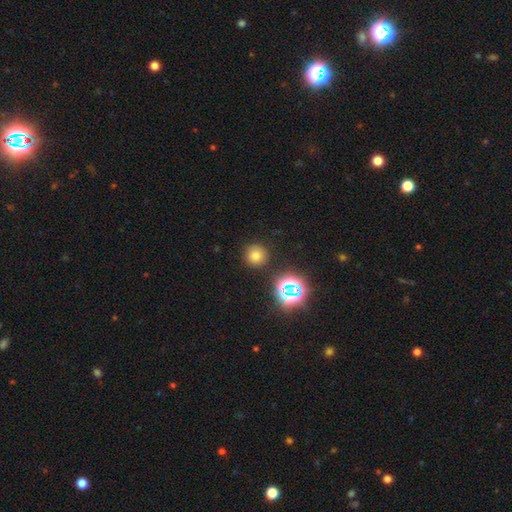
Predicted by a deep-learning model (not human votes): Smooth or featured?
  - smooth: 70% *
  - star or artifact: 22%
  - featured or disk: 8%
How rounded?
  - round: 94% *
  - in between: 5%
  - cigar-shaped: 1%
Merging?
  - none: 88% *
  - minor disturbance: 7%
  - major disturbance: 3%
  - merger: 2%